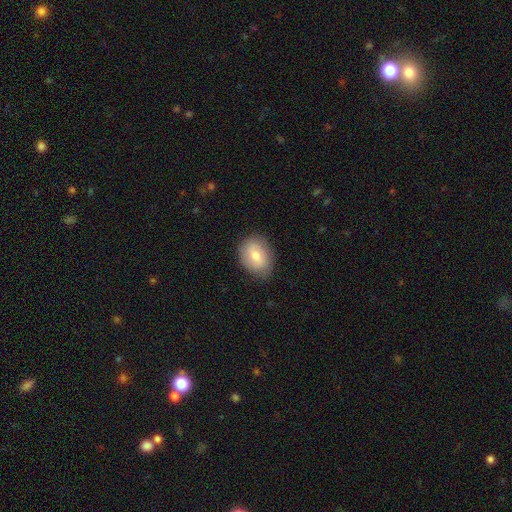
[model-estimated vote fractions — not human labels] This is likely a smooth galaxy (70%). How rounded: likely in between (69%). Merging: likely none (80%).